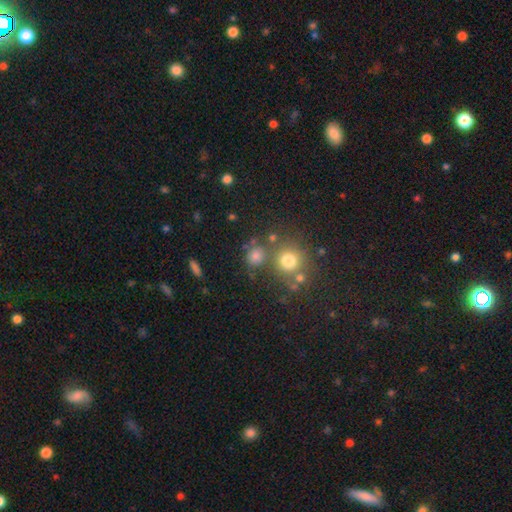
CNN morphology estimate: smooth-or-featured: smooth: 73% | star or artifact: 18% | featured or disk: 9%
  how-rounded: round: 80% | in between: 18% | cigar-shaped: 1%
  merging: none: 69% | merger: 16% | minor disturbance: 10% | major disturbance: 5%